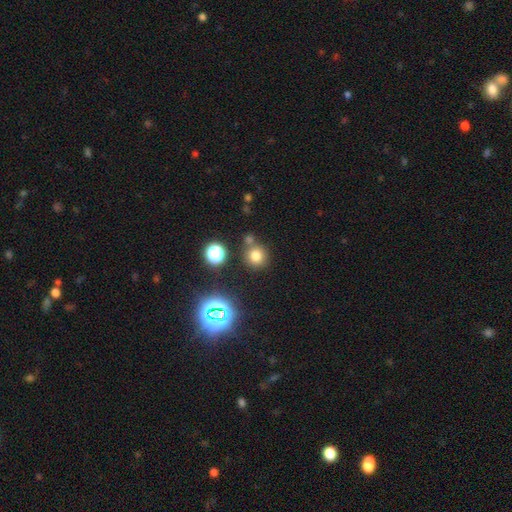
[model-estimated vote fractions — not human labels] smooth 73%, star or artifact 20%, featured or disk 7%. Down the decision tree: how rounded — round (90%); merging — none (72%).